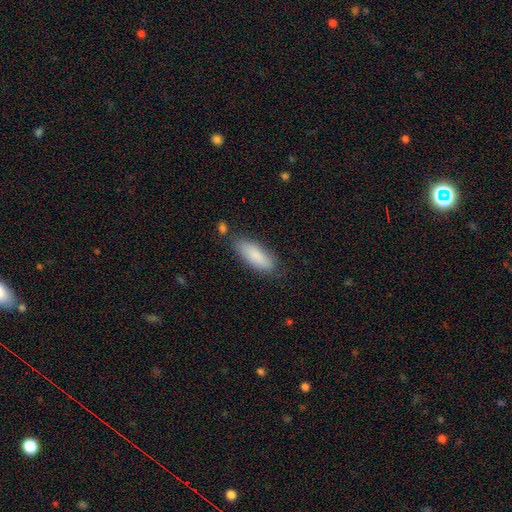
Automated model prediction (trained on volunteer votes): Q: Smooth or featured?
A: smooth (86%); runner-up: featured or disk (8%)
Q: How rounded?
A: in between (65%); runner-up: cigar-shaped (33%)
Q: Merging?
A: none (76%); runner-up: minor disturbance (17%)